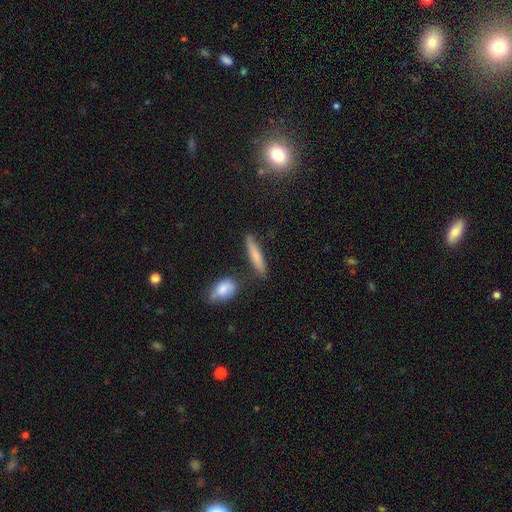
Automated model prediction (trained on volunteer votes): Smooth or featured?
  - smooth: 72% *
  - featured or disk: 21%
  - star or artifact: 7%
How rounded?
  - cigar-shaped: 87% *
  - in between: 11%
  - round: 2%
Merging?
  - none: 79% *
  - minor disturbance: 12%
  - merger: 6%
  - major disturbance: 3%